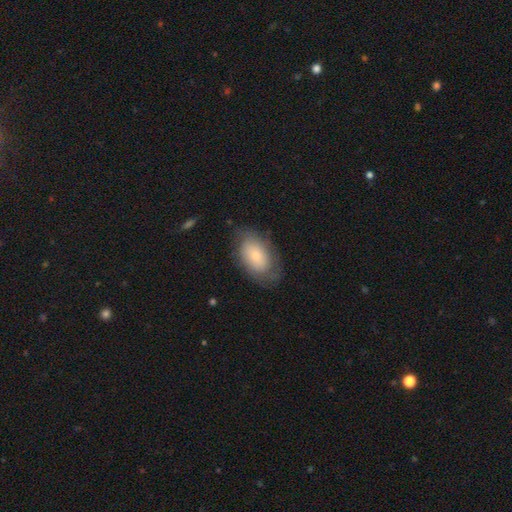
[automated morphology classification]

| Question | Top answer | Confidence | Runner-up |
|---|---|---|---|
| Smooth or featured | smooth | 67% | featured or disk (26%) |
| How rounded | in between | 91% | round (7%) |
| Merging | none | 69% | minor disturbance (21%) |